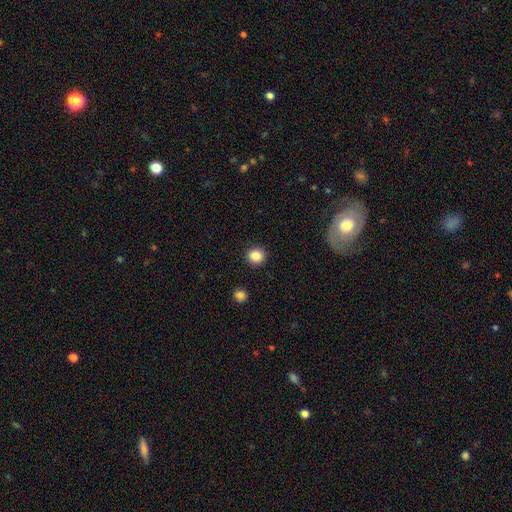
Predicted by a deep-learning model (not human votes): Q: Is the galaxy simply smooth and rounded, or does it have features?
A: smooth — 84%.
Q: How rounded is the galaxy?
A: round — 90%.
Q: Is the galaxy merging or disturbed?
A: none — 92%.